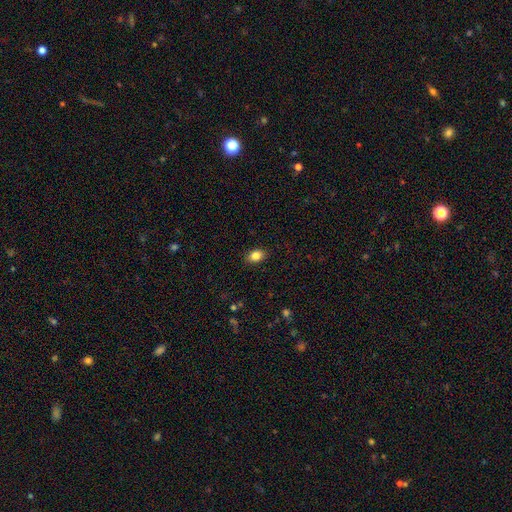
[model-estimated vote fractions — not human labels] A smooth galaxy with no disk features (85%) that is in between round and cigar-shaped (74%). Merging: none (88%).